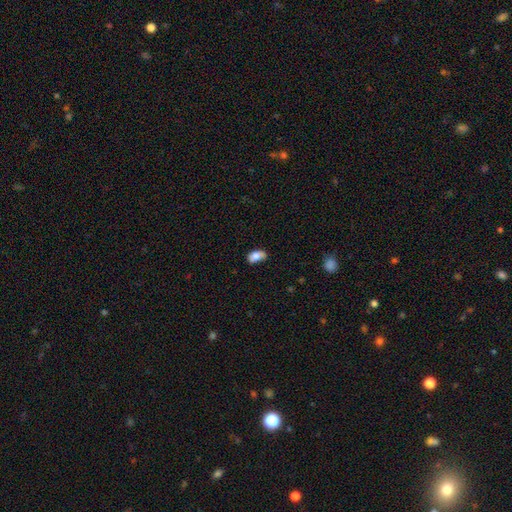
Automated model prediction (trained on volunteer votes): Smooth or featured? Predicted: smooth (p=0.77). How rounded? Predicted: in between (p=0.92). Merging? Predicted: none (p=0.60).